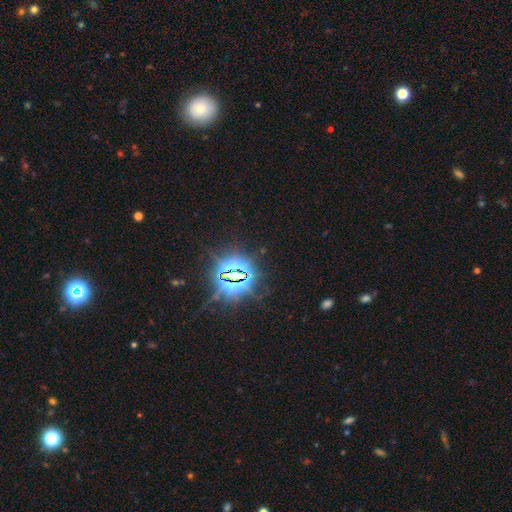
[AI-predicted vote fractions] smooth-or-featured: star or artifact: 84% | smooth: 10% | featured or disk: 6%